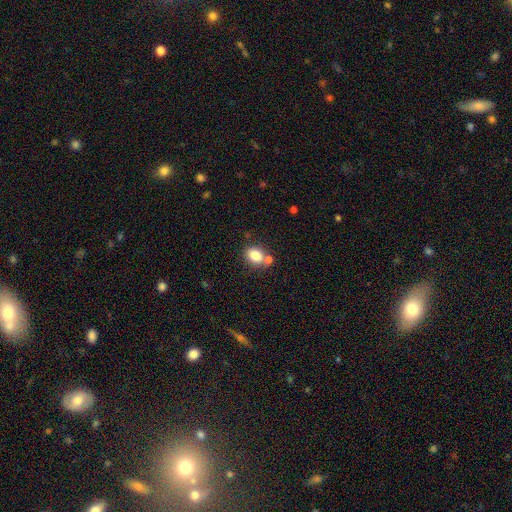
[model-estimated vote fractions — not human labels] A smooth galaxy with no disk features (82%) that is in between round and cigar-shaped (61%).

Vote fractions:
- Smooth or featured? smooth: 82% / star or artifact: 10% / featured or disk: 9%
- How rounded? in between: 61% / round: 38% / cigar-shaped: 1%
- Merging? none: 60% / merger: 24% / minor disturbance: 12% / major disturbance: 4%